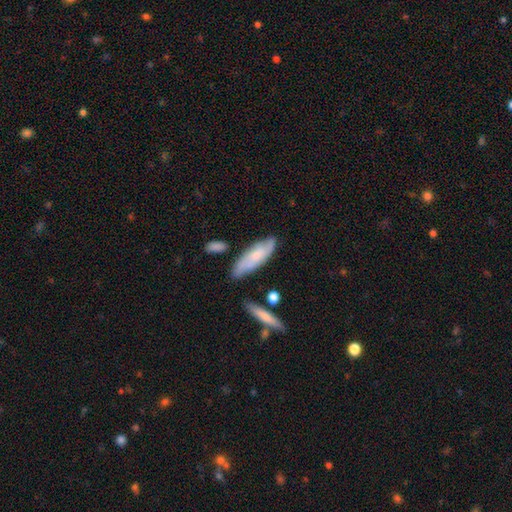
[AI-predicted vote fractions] This appears to be a featured or disk galaxy (50%). Merging: none (71%).